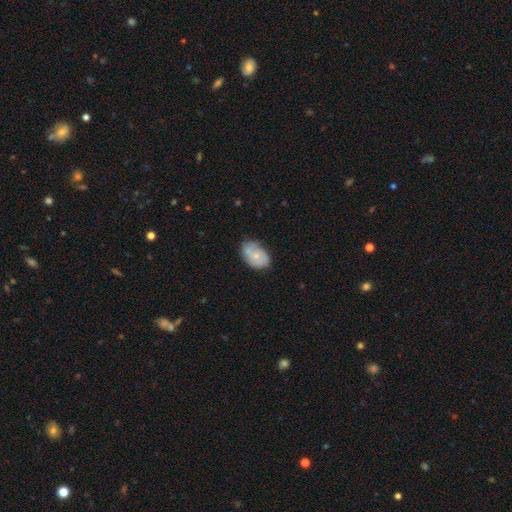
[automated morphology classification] smooth-or-featured: smooth: 49% | featured or disk: 45% | star or artifact: 7%
  merging: none: 59% | minor disturbance: 31% | major disturbance: 7% | merger: 3%